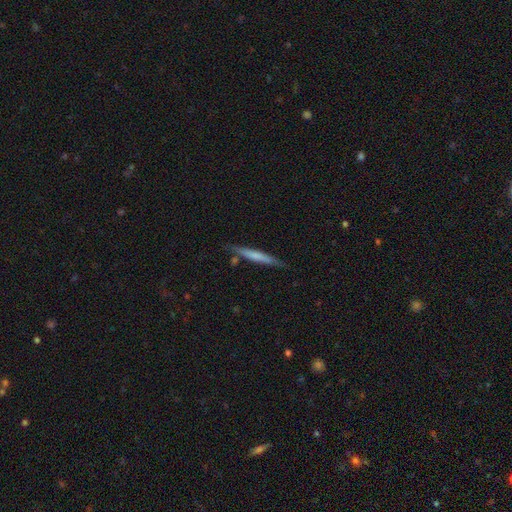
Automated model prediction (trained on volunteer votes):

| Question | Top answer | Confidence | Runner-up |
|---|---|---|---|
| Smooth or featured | smooth | 55% | featured or disk (40%) |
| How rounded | cigar-shaped | 95% | in between (4%) |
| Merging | none | 82% | minor disturbance (12%) |